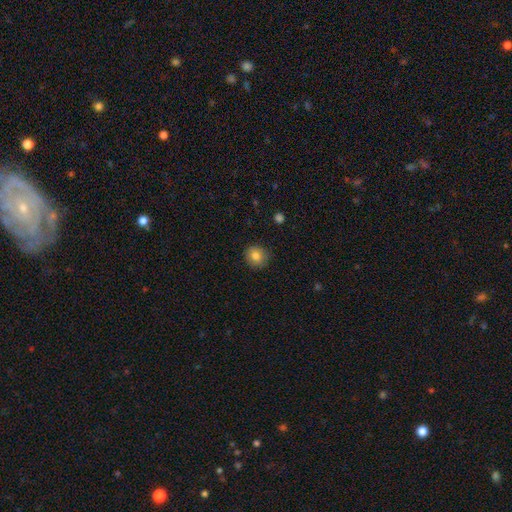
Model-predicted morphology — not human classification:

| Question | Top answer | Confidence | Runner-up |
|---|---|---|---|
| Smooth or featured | smooth | 81% | star or artifact (10%) |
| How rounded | round | 90% | in between (9%) |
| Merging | none | 87% | minor disturbance (10%) |